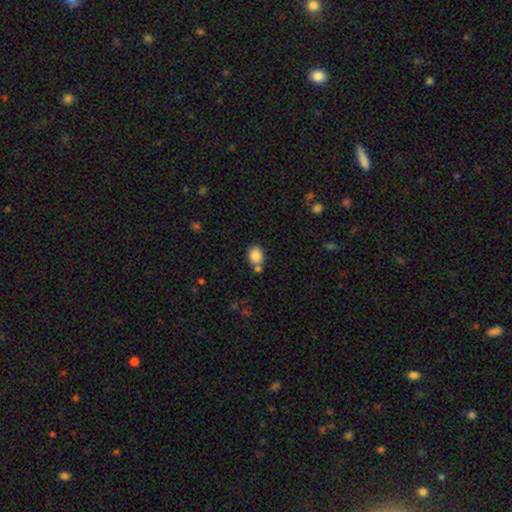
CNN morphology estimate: smooth-or-featured: smooth: 86% | star or artifact: 9% | featured or disk: 5%
  how-rounded: round: 59% | in between: 40% | cigar-shaped: 1%
  merging: none: 64% | merger: 21% | minor disturbance: 12% | major disturbance: 3%